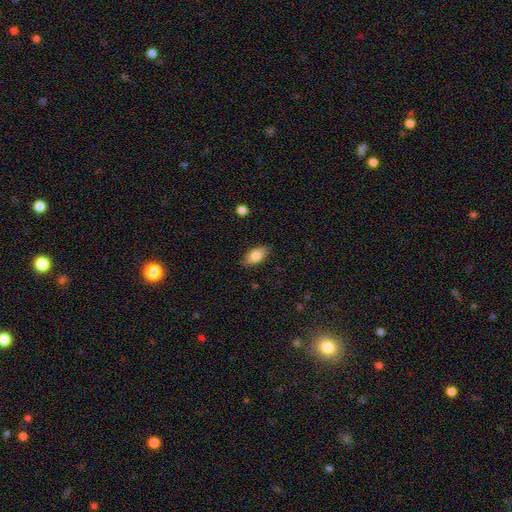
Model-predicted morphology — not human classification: Smooth or featured: smooth — 80% (featured or disk — 13%)
How rounded: in between — 90% (cigar-shaped — 5%)
Merging: none — 87% (minor disturbance — 10%)